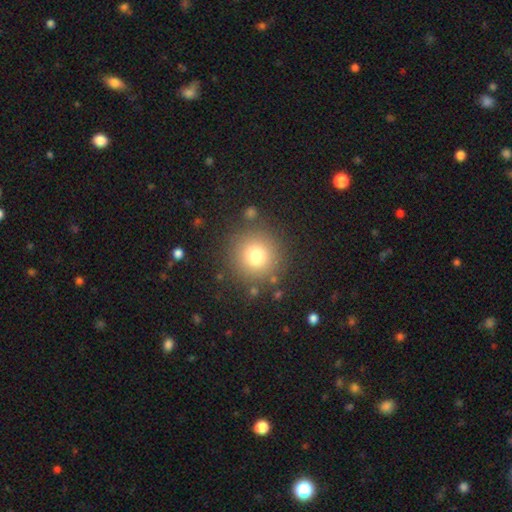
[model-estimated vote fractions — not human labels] A smooth galaxy with no disk features (76%) that is round (95%). Merging: none (85%).